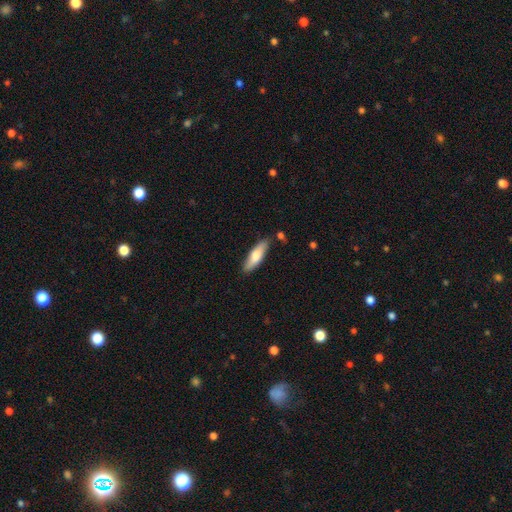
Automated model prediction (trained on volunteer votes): This is likely a smooth galaxy (72%). How rounded: possibly cigar-shaped (55%). Merging: clearly none (81%).